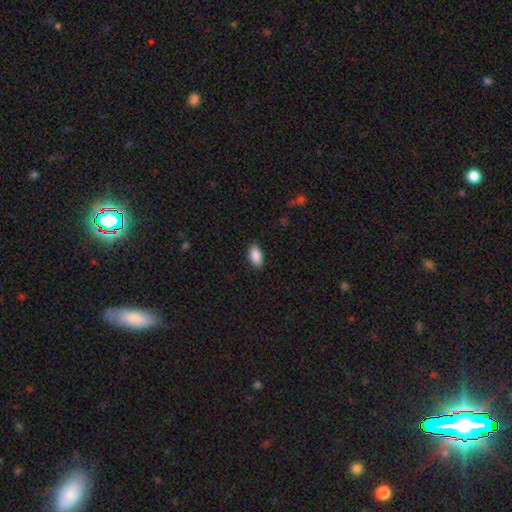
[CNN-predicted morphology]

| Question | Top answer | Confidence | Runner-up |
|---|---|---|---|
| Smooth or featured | smooth | 89% | star or artifact (7%) |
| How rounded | in between | 93% | round (4%) |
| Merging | none | 86% | minor disturbance (11%) |